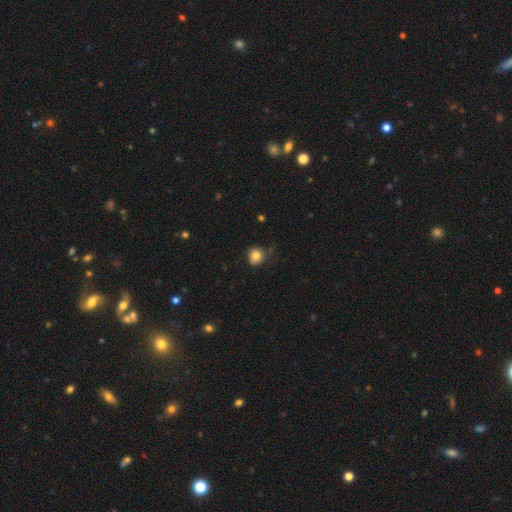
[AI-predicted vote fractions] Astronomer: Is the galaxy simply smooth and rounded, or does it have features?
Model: smooth — 82%.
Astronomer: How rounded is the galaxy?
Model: round — 83%.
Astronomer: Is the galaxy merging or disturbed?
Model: none — 67%.